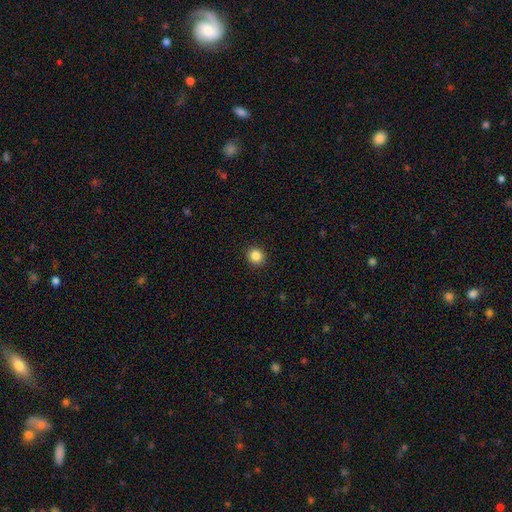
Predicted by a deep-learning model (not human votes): Smooth or featured?
  - smooth: 86% *
  - star or artifact: 11%
  - featured or disk: 4%
How rounded?
  - round: 87% *
  - in between: 12%
  - cigar-shaped: 1%
Merging?
  - none: 92% *
  - minor disturbance: 5%
  - major disturbance: 2%
  - merger: 1%